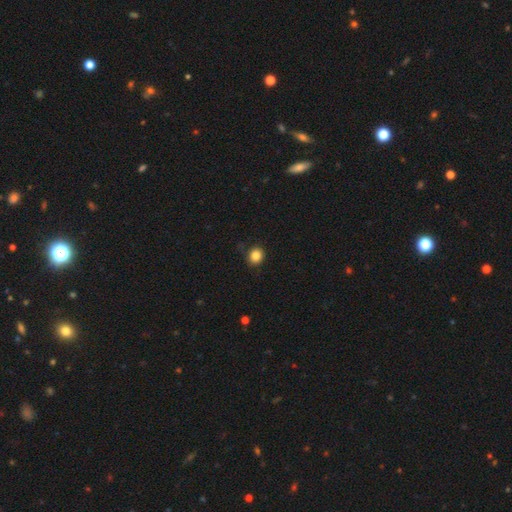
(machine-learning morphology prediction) A smooth galaxy with no disk features (84%) that is round (83%).

Vote fractions:
- Smooth or featured? smooth: 84% / star or artifact: 11% / featured or disk: 5%
- How rounded? round: 83% / in between: 16% / cigar-shaped: 1%
- Merging? none: 86% / minor disturbance: 11% / major disturbance: 2% / merger: 1%